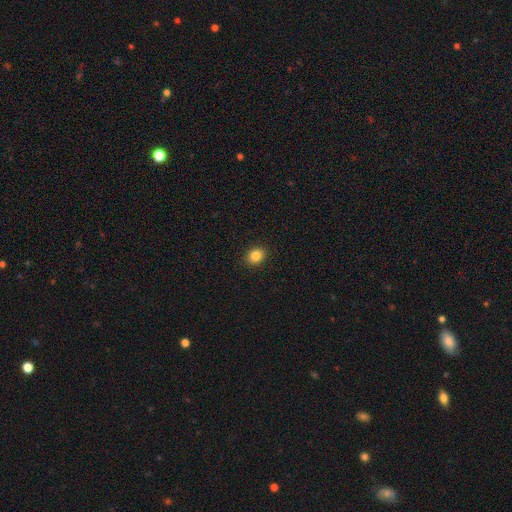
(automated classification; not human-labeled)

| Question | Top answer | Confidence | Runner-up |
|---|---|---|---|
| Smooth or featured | smooth | 85% | star or artifact (10%) |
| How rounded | round | 56% | in between (43%) |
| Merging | none | 91% | minor disturbance (6%) |